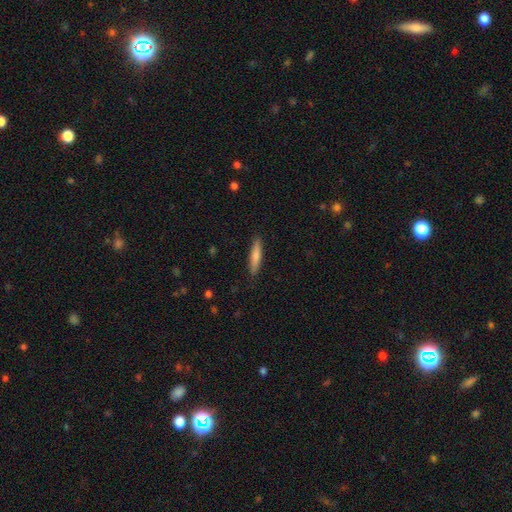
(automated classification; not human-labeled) Smooth or featured? smooth (77%)
How rounded? cigar-shaped (85%)
Merging? none (88%)